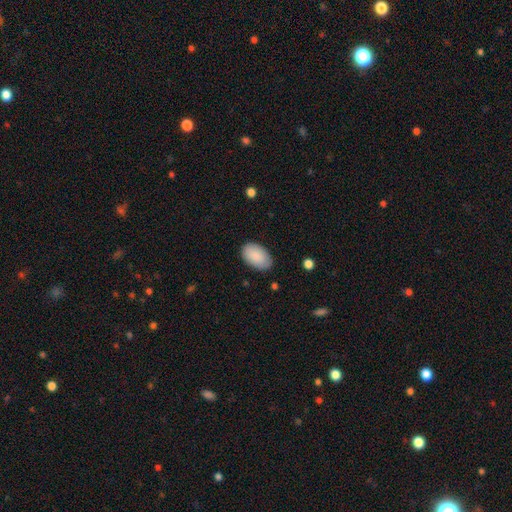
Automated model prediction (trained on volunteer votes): smooth 90%, star or artifact 6%, featured or disk 4%. Down the decision tree: how rounded — in between (94%); merging — none (84%).